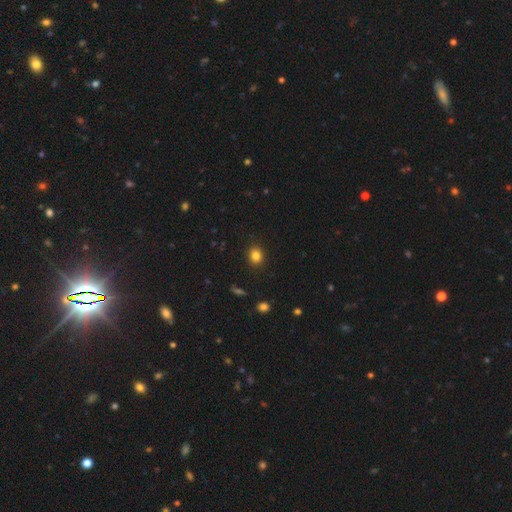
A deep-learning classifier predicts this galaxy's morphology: type=smooth (83%); roundness=round (67%); merging=none (90%).